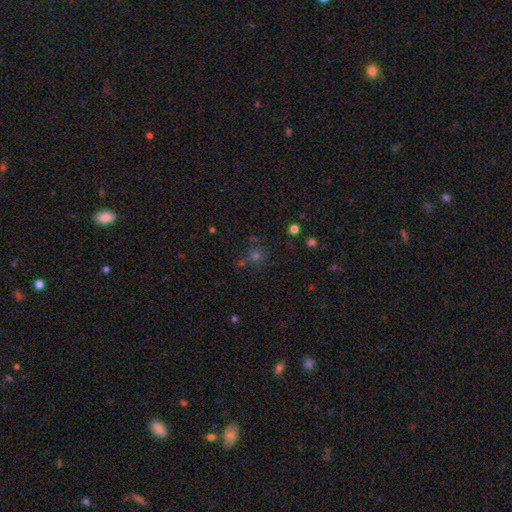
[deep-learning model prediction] Morphology: type=smooth (52%); roundness=round (89%); merging=none (72%).